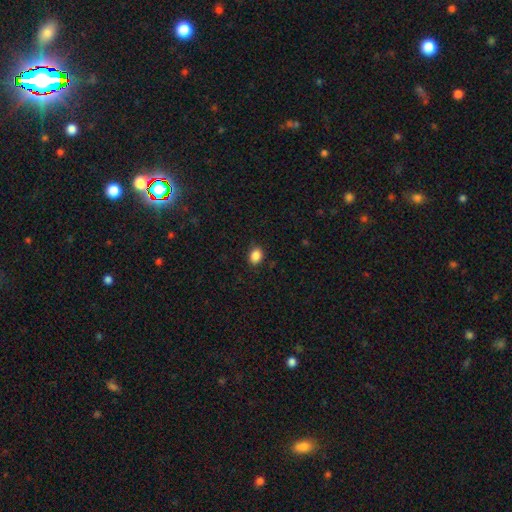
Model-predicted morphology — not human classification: A smooth galaxy with no disk features (87%) that is in between round and cigar-shaped (57%). Merging: none (87%).